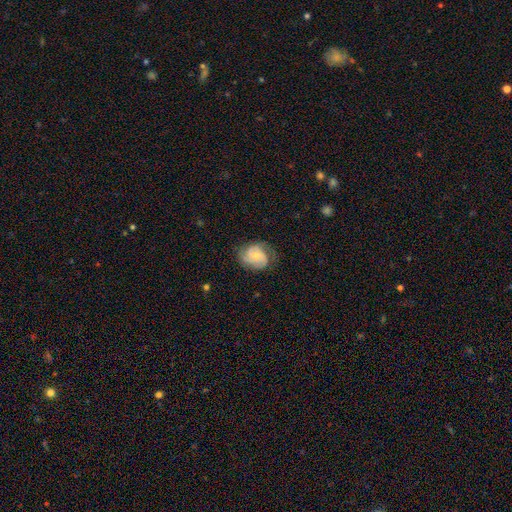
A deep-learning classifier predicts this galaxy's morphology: featured or disk 73%, smooth 20%, star or artifact 6%. Down the decision tree: edge-on disk — no (98%); bar — no (67%); spiral arms — yes (95%); spiral arm count — 2 (39%); spiral winding — medium (44%); bulge size — small (63%); merging — none (67%).